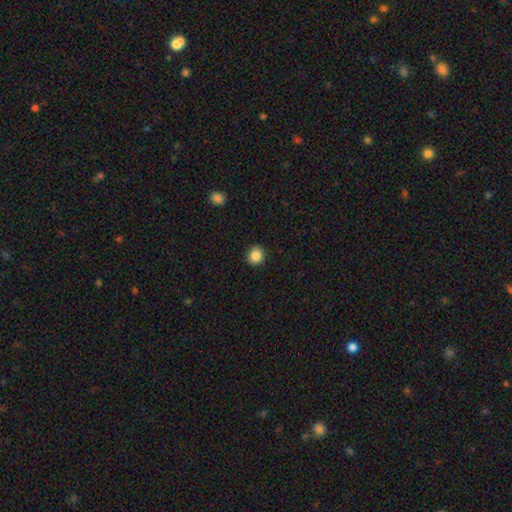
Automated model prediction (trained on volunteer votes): Smooth or featured? smooth (86%)
How rounded? round (86%)
Merging? none (91%)